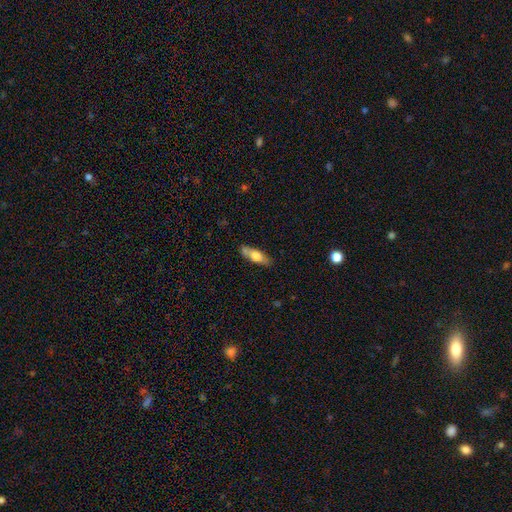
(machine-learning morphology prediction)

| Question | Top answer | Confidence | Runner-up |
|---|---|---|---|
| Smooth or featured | smooth | 65% | featured or disk (28%) |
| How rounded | in between | 59% | cigar-shaped (38%) |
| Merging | none | 69% | minor disturbance (19%) |